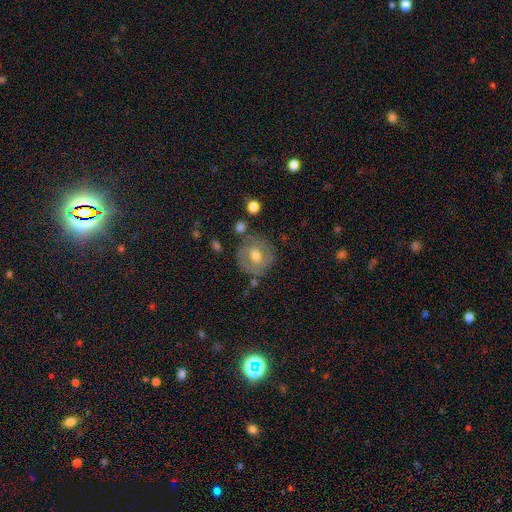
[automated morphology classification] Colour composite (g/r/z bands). It shows a featured or disk galaxy (50%). Merging: none (73%).